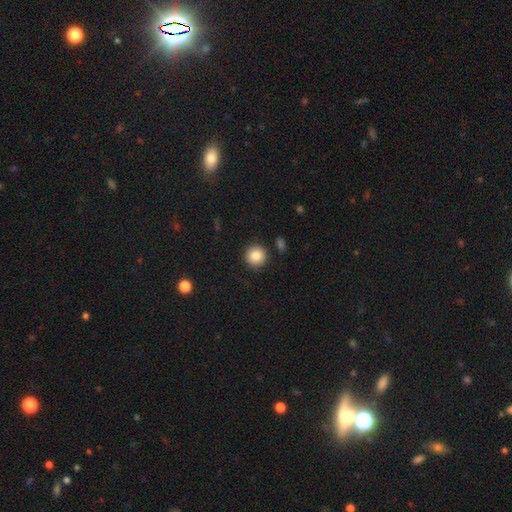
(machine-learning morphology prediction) smooth 85%, star or artifact 9%, featured or disk 6%. Down the decision tree: how rounded — round (94%); merging — none (90%).